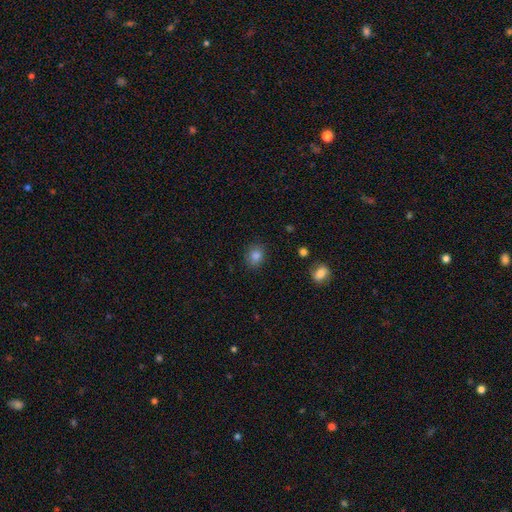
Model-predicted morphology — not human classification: Smooth or featured: smooth — 84% (star or artifact — 11%)
How rounded: round — 65% (in between — 34%)
Merging: none — 84% (minor disturbance — 11%)